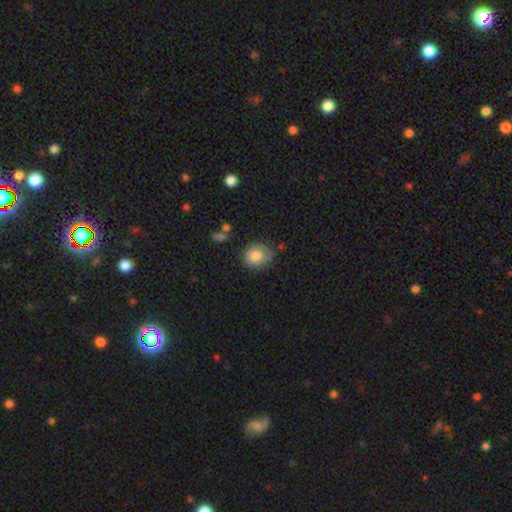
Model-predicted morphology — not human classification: This is clearly a smooth galaxy (80%). How rounded: likely round (65%). Merging: likely none (69%).